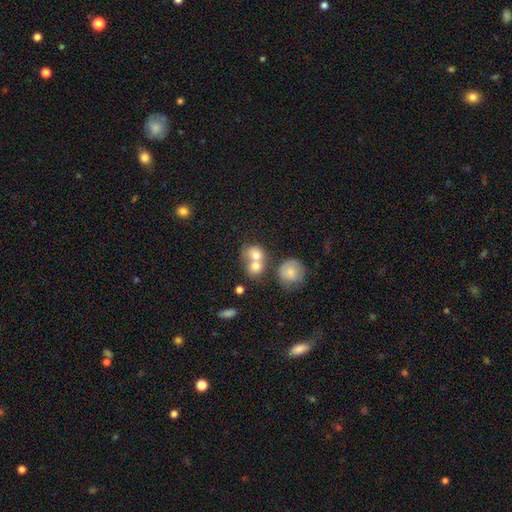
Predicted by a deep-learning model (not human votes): A smooth galaxy with no disk features (72%) that is round (67%). Merging: merger (65%).